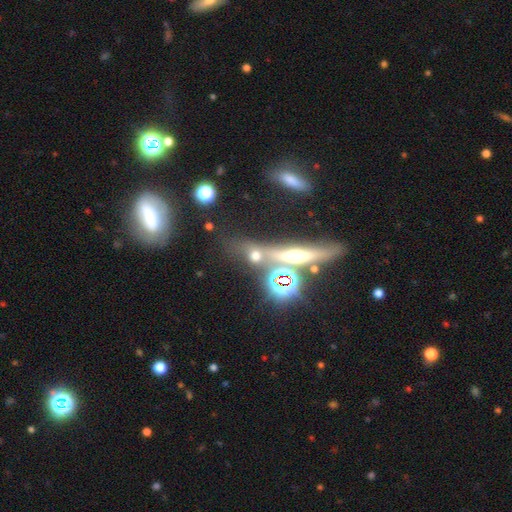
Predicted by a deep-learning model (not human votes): Morphology: type=smooth (48%); merging=none (53%).